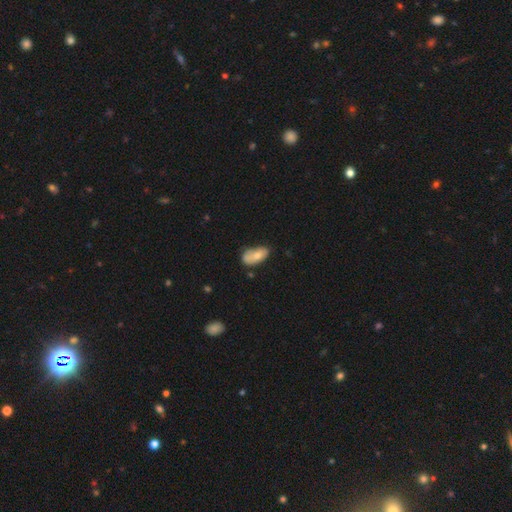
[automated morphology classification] Smooth or featured: smooth — 70% (featured or disk — 23%)
How rounded: in between — 91% (cigar-shaped — 5%)
Merging: none — 43% (minor disturbance — 37%)